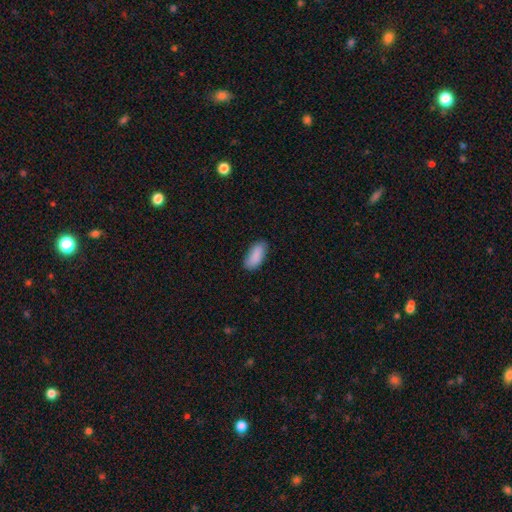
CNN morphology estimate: Smooth or featured? smooth (88%)
How rounded? in between (88%)
Merging? none (79%)